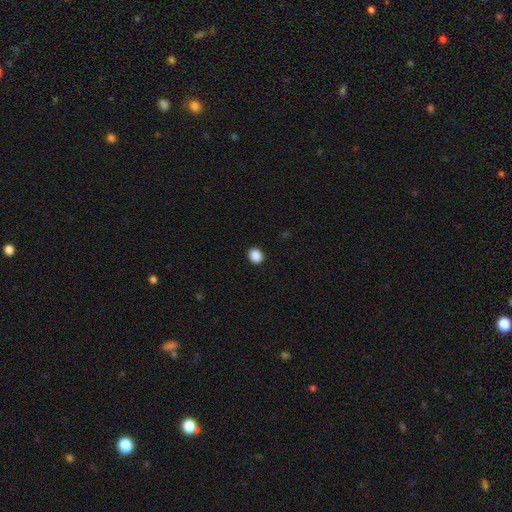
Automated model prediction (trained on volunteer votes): Q: Smooth or featured?
A: smooth (89%); runner-up: star or artifact (9%)
Q: How rounded?
A: round (71%); runner-up: in between (28%)
Q: Merging?
A: none (92%); runner-up: minor disturbance (5%)